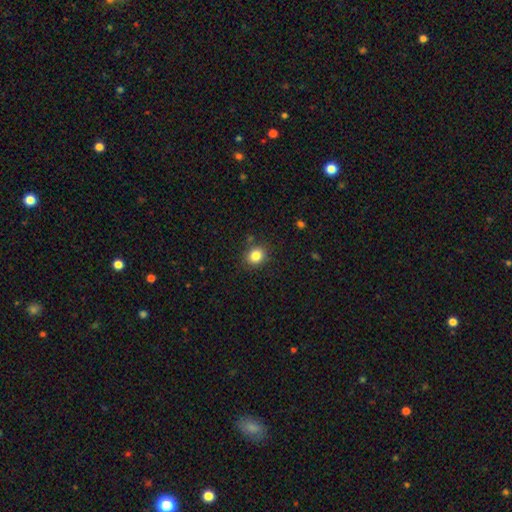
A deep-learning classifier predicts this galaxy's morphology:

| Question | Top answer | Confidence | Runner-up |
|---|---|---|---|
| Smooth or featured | smooth | 84% | star or artifact (11%) |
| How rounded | round | 72% | in between (28%) |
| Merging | none | 86% | minor disturbance (9%) |